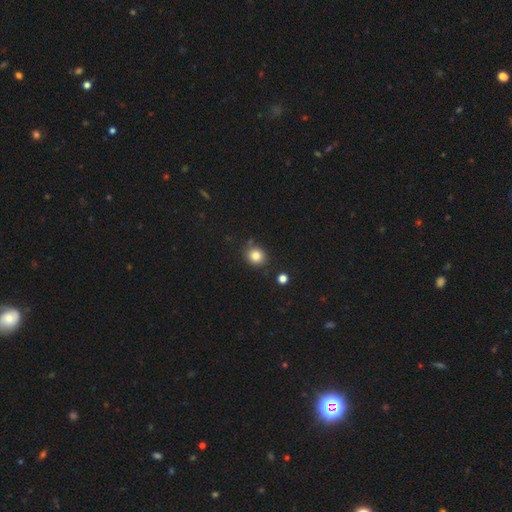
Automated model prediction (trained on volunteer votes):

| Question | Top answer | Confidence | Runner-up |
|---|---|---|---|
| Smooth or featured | smooth | 83% | star or artifact (11%) |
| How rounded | round | 80% | in between (19%) |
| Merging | none | 82% | minor disturbance (11%) |